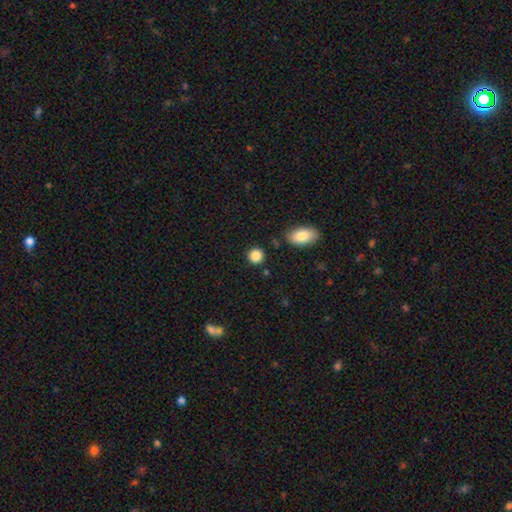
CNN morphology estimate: Smooth or featured? smooth (87%)
How rounded? round (89%)
Merging? none (86%)